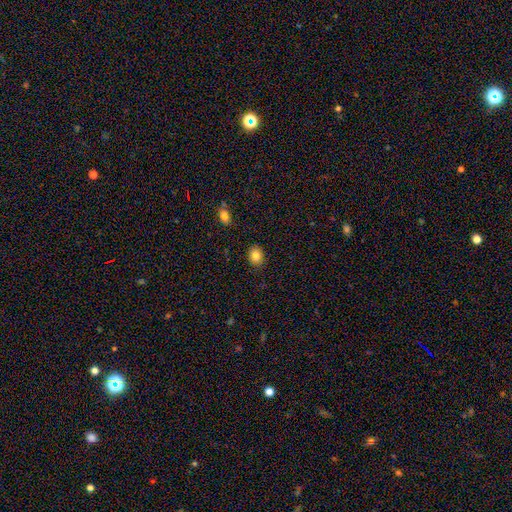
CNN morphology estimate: Smooth or featured? smooth (83%)
How rounded? in between (52%)
Merging? none (88%)